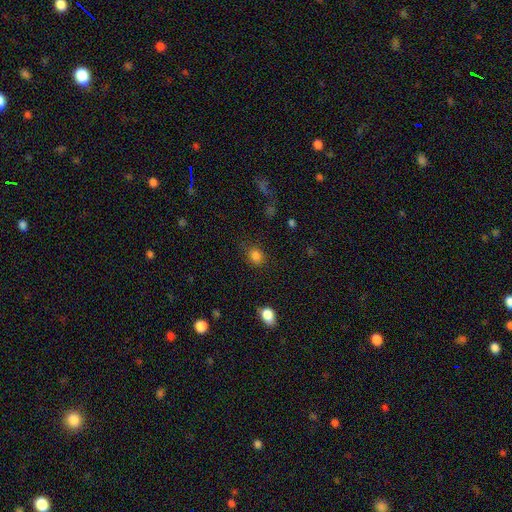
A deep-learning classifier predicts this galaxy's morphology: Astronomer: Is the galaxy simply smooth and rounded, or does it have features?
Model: smooth — 82%.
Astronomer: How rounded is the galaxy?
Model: round — 64%.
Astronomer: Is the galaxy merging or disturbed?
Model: none — 78%.